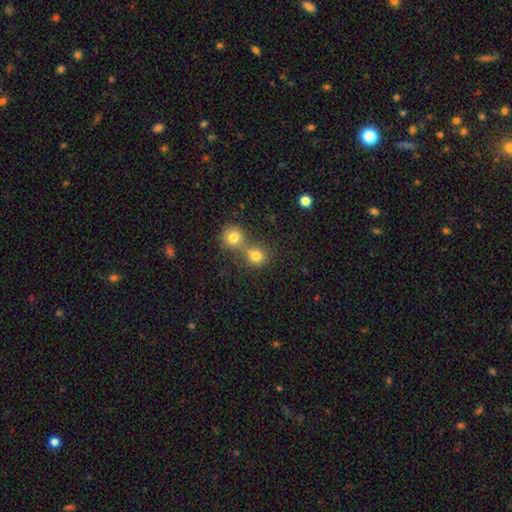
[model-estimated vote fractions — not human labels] A smooth galaxy with no disk features (78%) that is round (86%).

Vote fractions:
- Smooth or featured? smooth: 78% / star or artifact: 13% / featured or disk: 8%
- How rounded? round: 86% / in between: 13% / cigar-shaped: 1%
- Merging? merger: 46% / none: 45% / minor disturbance: 7% / major disturbance: 3%